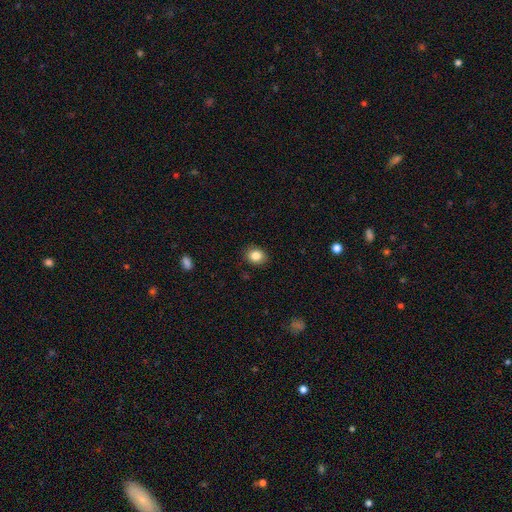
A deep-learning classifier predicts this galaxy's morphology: smooth_or_featured: smooth (p=0.85) [alt: star or artifact p=0.10]
how_rounded: round (p=0.54) [alt: in between p=0.45]
merging: none (p=0.88) [alt: minor disturbance p=0.08]